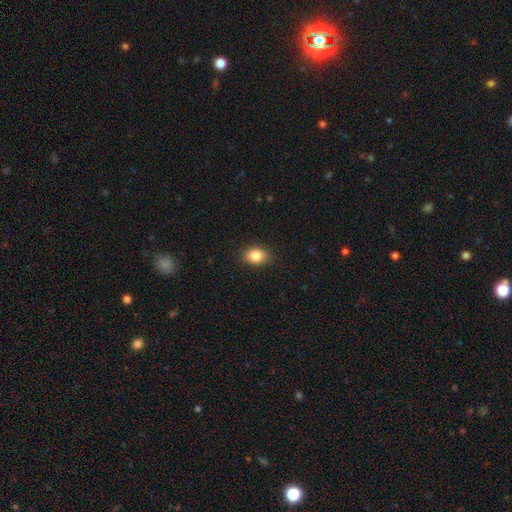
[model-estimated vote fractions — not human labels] This is clearly a smooth galaxy (85%). How rounded: likely in between (70%). Merging: clearly none (87%).